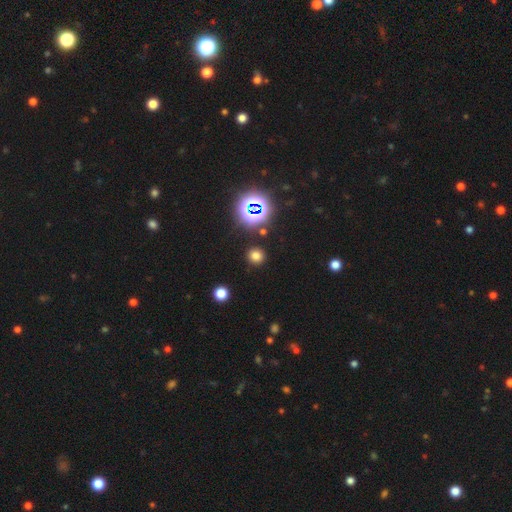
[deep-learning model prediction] This appears to be a smooth galaxy with no disk features (69%) that is round (91%). Merging: none (88%).